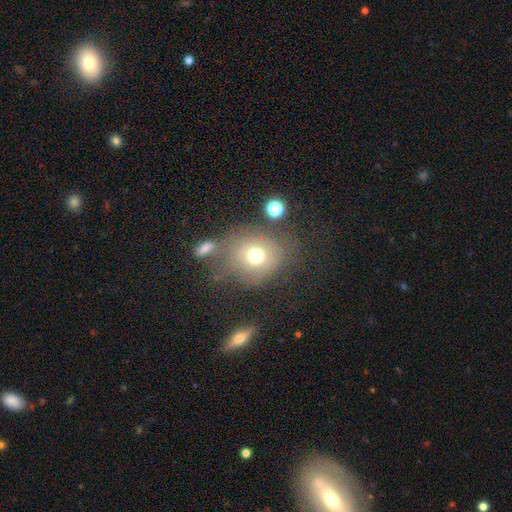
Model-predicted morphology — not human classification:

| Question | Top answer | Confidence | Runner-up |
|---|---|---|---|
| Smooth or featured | smooth | 70% | featured or disk (15%) |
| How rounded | round | 75% | in between (24%) |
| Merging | none | 59% | minor disturbance (16%) |